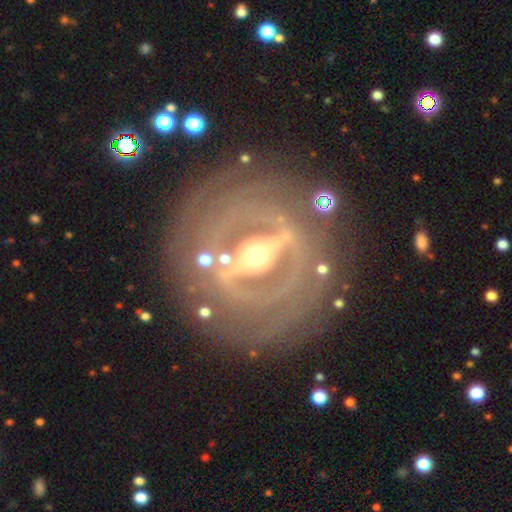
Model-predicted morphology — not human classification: featured or disk 88%, smooth 7%, star or artifact 5%. Down the decision tree: edge-on disk — no (86%); bar — strong (77%); spiral arms — yes (66%); bulge size — moderate (64%); merging — none (73%).